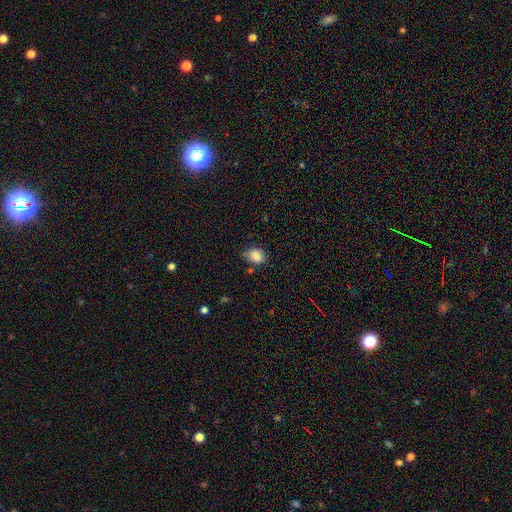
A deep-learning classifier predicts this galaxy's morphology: smooth-or-featured: smooth: 84% | star or artifact: 9% | featured or disk: 6%
  how-rounded: in between: 52% | round: 47% | cigar-shaped: 1%
  merging: none: 60% | minor disturbance: 31% | major disturbance: 5% | merger: 4%